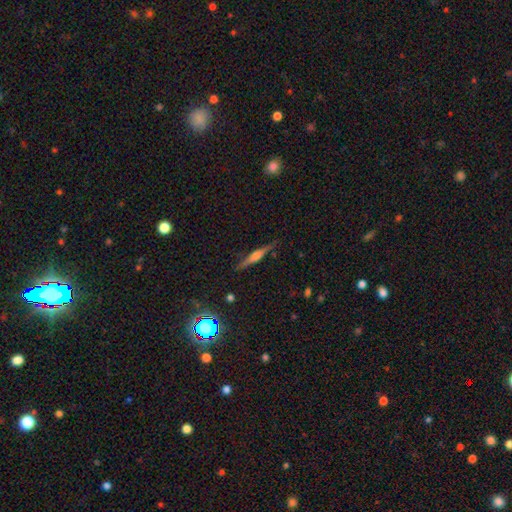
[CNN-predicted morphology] Smooth or featured?
  - featured or disk: 69% *
  - smooth: 21%
  - star or artifact: 11%
Edge-on disk?
  - yes: 97% *
  - no: 3%
Edge-on bulge?
  - rounded: 68% *
  - boxy: 23%
  - none: 9%
Merging?
  - none: 87% *
  - minor disturbance: 10%
  - major disturbance: 2%
  - merger: 1%